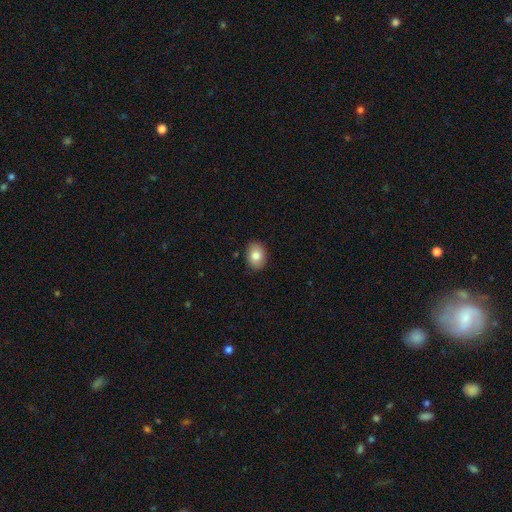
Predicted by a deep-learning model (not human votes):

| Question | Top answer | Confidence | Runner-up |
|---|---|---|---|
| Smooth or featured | smooth | 83% | featured or disk (9%) |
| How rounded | in between | 71% | round (28%) |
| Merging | none | 89% | minor disturbance (8%) |